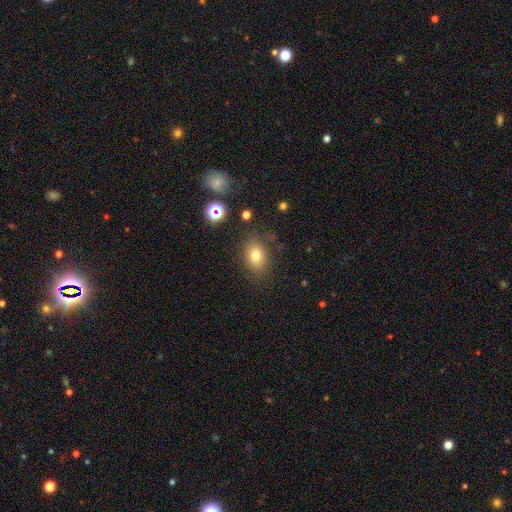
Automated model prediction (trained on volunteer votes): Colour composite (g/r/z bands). It shows a smooth galaxy with no disk features (76%) that is in between round and cigar-shaped (68%). Merging: none (80%).